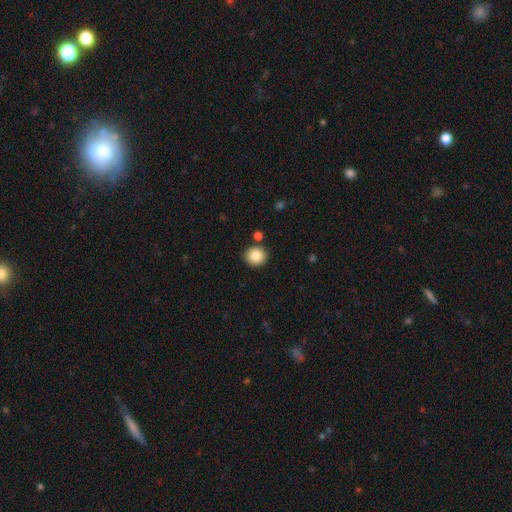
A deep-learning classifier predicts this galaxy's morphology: smooth 85%, star or artifact 9%, featured or disk 6%. Down the decision tree: how rounded — round (87%); merging — none (86%).